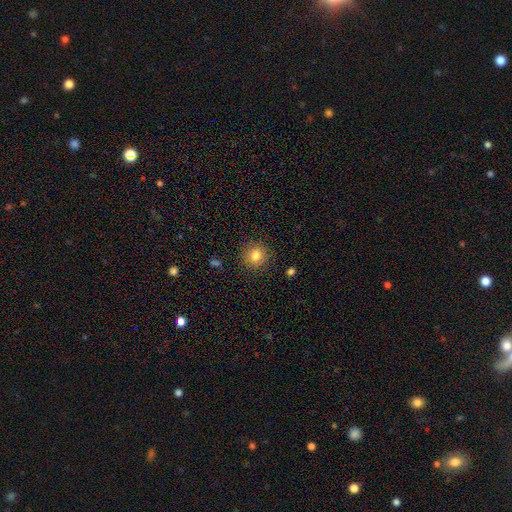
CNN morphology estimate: Overall: smooth (79%). How rounded: round (92%). Merging: none (88%).